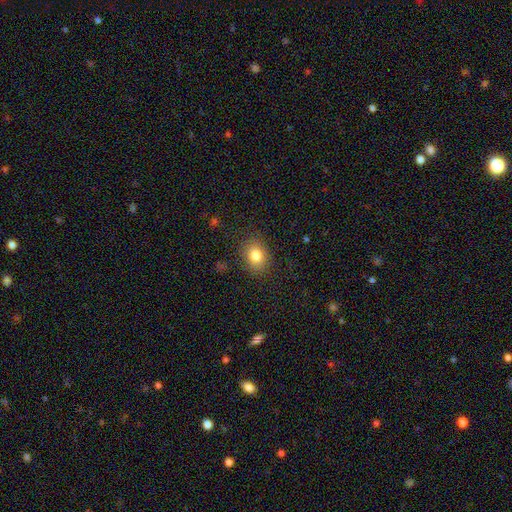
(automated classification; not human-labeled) Q: Smooth or featured?
A: smooth (81%); runner-up: star or artifact (10%)
Q: How rounded?
A: in between (54%); runner-up: round (45%)
Q: Merging?
A: none (84%); runner-up: minor disturbance (11%)